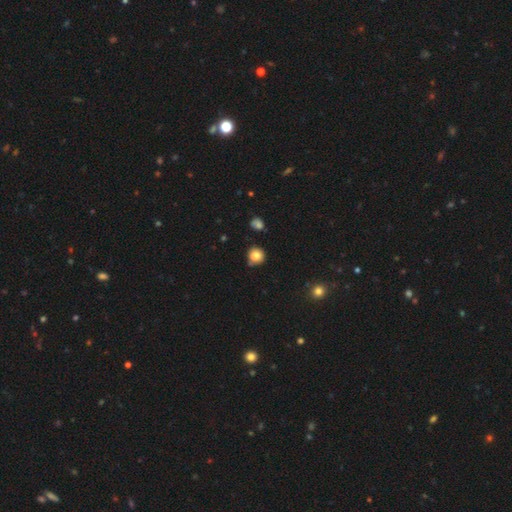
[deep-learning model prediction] Smooth or featured? Predicted: smooth (p=0.81). How rounded? Predicted: round (p=0.86). Merging? Predicted: none (p=0.70).